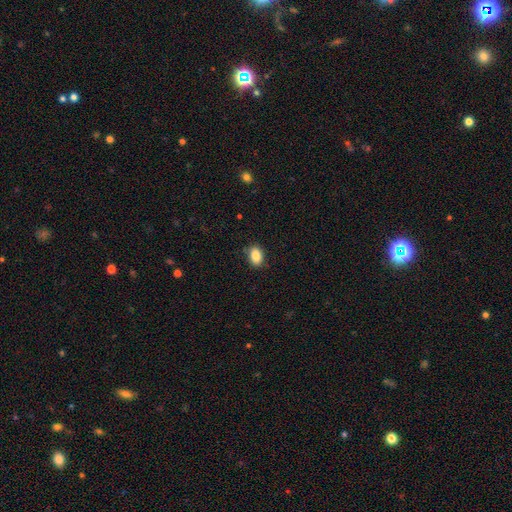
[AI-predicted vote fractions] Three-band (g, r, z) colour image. It shows a smooth galaxy with no disk features (86%) that is in between round and cigar-shaped (83%). Merging: none (85%).